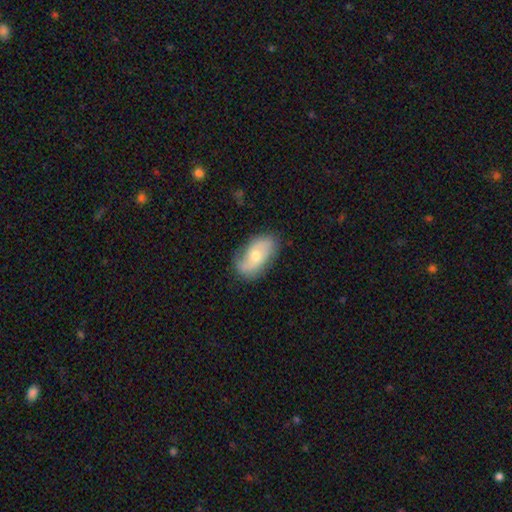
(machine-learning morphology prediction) A featured or disk galaxy (56%) with no bar (69%), spiral arms (80%) and a moderate central bulge (61%). Merging: none (75%).